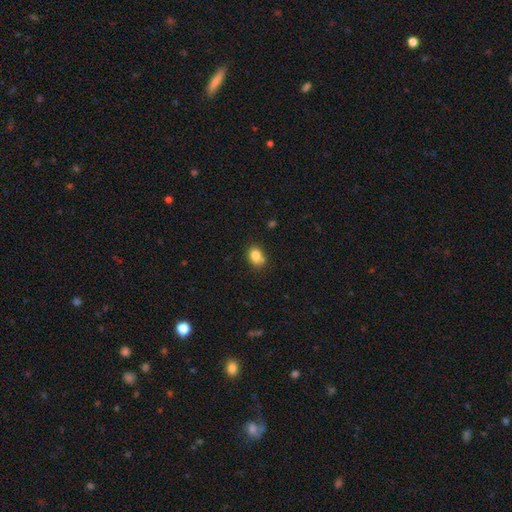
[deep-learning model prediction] A smooth galaxy with no disk features (83%) that is in between round and cigar-shaped (57%). Merging: none (63%).